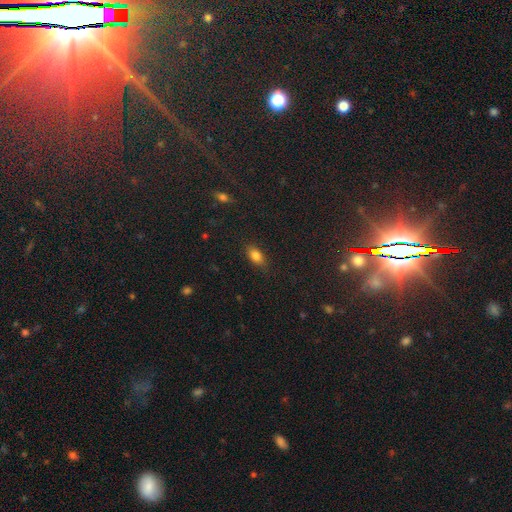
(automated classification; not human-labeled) A smooth galaxy with no disk features (82%) that is in between round and cigar-shaped (86%).

Vote fractions:
- Smooth or featured? smooth: 82% / star or artifact: 10% / featured or disk: 8%
- How rounded? in between: 86% / round: 9% / cigar-shaped: 5%
- Merging? none: 83% / minor disturbance: 13% / major disturbance: 3% / merger: 1%